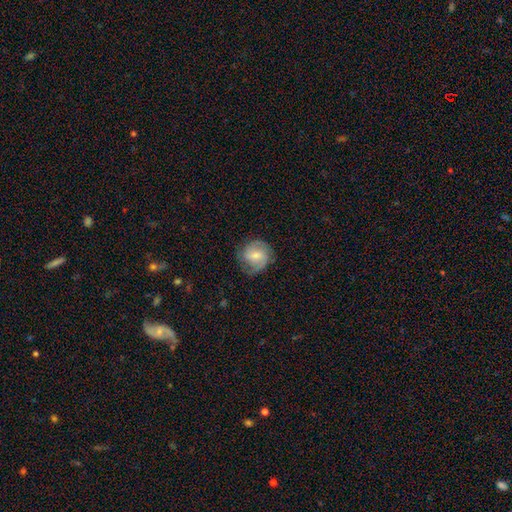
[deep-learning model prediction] The model was most divided on "bulge size": small: 45%, moderate: 44%, none: 5%, large: 4%, dominant: 1%. More confident: edge-on disk — no (97%); spiral arms — yes (87%); merging — none (68%); smooth or featured — featured or disk (54%); bar — weak (52%).